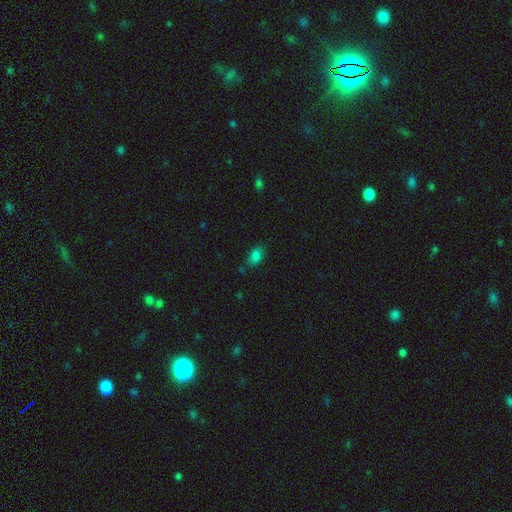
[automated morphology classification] A smooth galaxy with no disk features (81%) that is in between round and cigar-shaped (84%).

Vote fractions:
- Smooth or featured? smooth: 81% / star or artifact: 13% / featured or disk: 6%
- How rounded? in between: 84% / round: 14% / cigar-shaped: 2%
- Merging? none: 76% / minor disturbance: 17% / major disturbance: 4% / merger: 3%